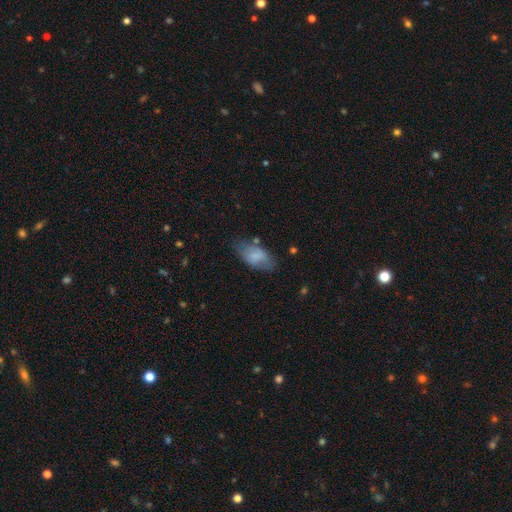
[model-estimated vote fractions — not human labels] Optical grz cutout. It shows a smooth galaxy with no disk features (70%) that is in between round and cigar-shaped (93%). Merging: none (63%).